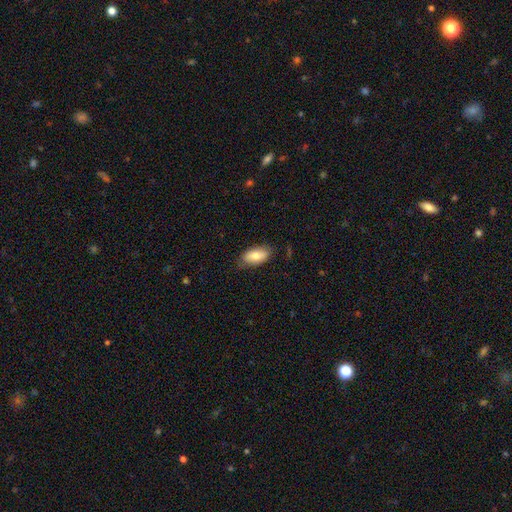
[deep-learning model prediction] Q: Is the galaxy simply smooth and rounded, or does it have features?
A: smooth — 77%.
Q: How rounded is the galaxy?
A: in between — 92%.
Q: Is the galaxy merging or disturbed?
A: none — 77%.